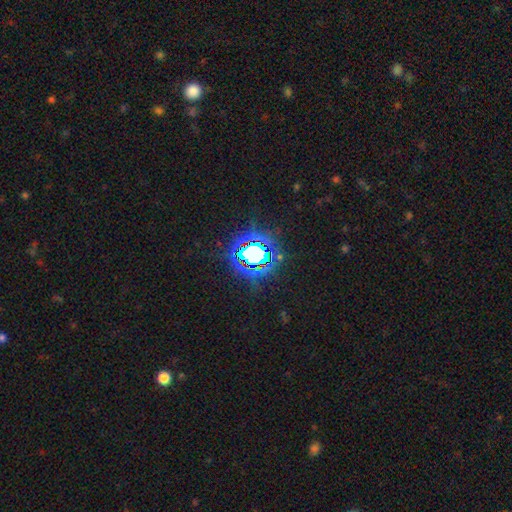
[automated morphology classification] The model was most divided on "smooth or featured": star or artifact: 75%, smooth: 15%, featured or disk: 10%.